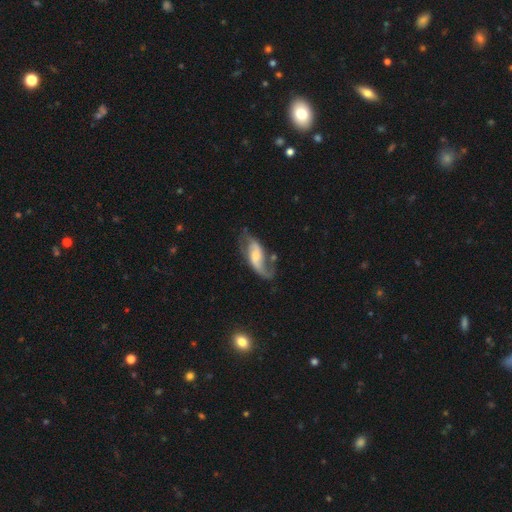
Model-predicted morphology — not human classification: smooth-or-featured: featured or disk: 76% | smooth: 18% | star or artifact: 6%
  disk-edge-on: no: 93% | yes: 7%
    bar: weak: 41% | no: 40% | strong: 19%
    has-spiral-arms: yes: 91% | no: 9%
      spiral-winding: loose: 59% | medium: 31% | tight: 10%
      spiral-arm-count: 2: 75% | 1: 17% | can't tell: 6% | 3: 1% | 4: 1% | more than 4: 1%
    bulge-size: moderate: 46% | small: 40% | large: 7% | none: 5% | dominant: 1%
  merging: none: 52% | minor disturbance: 23% | major disturbance: 19% | merger: 6%